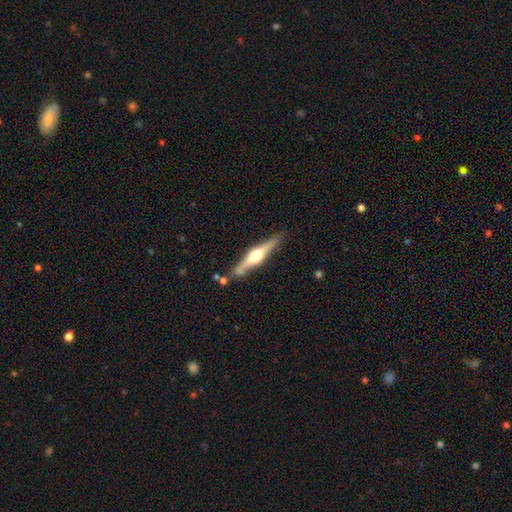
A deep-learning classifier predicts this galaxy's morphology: A featured or disk galaxy (73%) viewed edge-on (97%) with a rounded central bulge (93%).

Vote fractions:
- Smooth or featured? featured or disk: 73% / smooth: 23% / star or artifact: 5%
- Edge-on disk? yes: 97% / no: 3%
- Edge-on bulge? rounded: 93% / boxy: 5% / none: 2%
- Merging? none: 79% / minor disturbance: 13% / merger: 6% / major disturbance: 3%